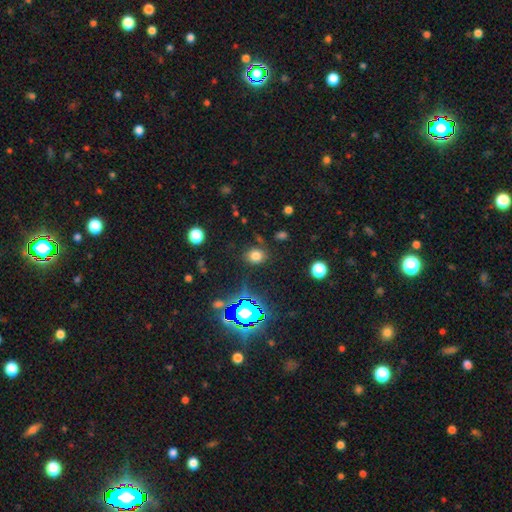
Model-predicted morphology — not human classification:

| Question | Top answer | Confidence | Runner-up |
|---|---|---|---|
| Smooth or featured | smooth | 71% | star or artifact (22%) |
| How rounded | round | 65% | in between (34%) |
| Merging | none | 81% | minor disturbance (12%) |